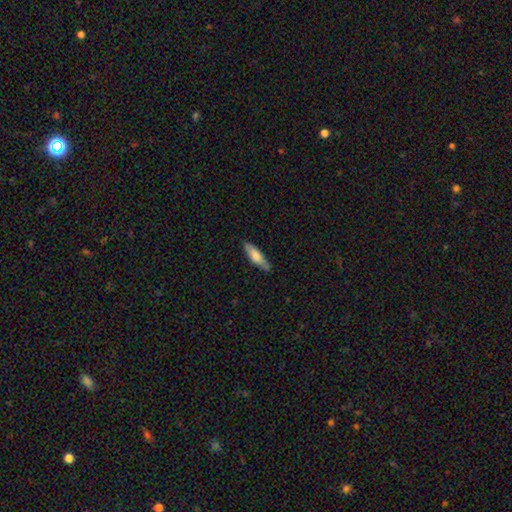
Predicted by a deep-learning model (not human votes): Smooth or featured? smooth (69%)
How rounded? cigar-shaped (63%)
Merging? none (83%)